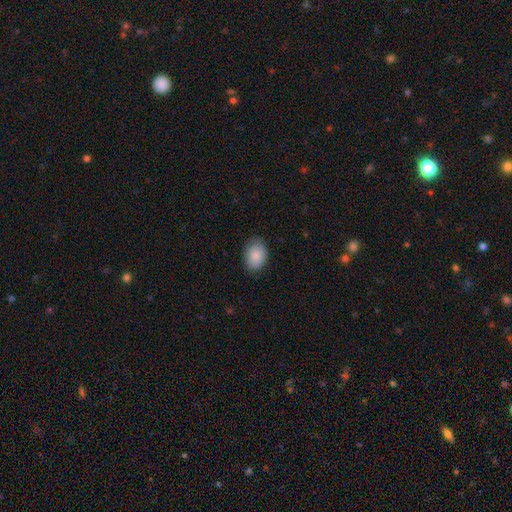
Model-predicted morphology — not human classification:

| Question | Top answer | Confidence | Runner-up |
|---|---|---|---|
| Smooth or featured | smooth | 88% | star or artifact (7%) |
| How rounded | in between | 82% | round (17%) |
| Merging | none | 82% | minor disturbance (14%) |